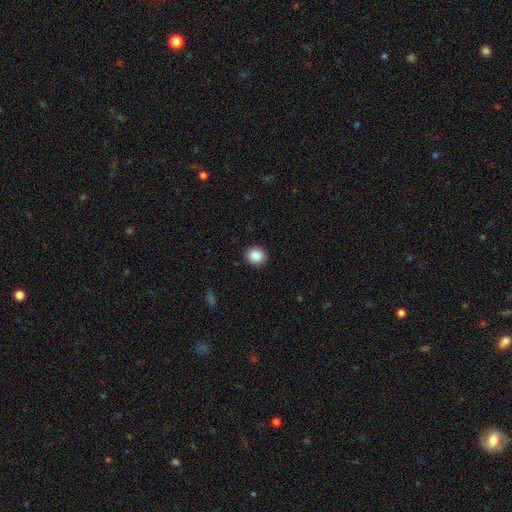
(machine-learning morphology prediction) Smooth or featured: smooth — 88% (star or artifact — 9%)
How rounded: round — 86% (in between — 13%)
Merging: none — 91% (minor disturbance — 6%)